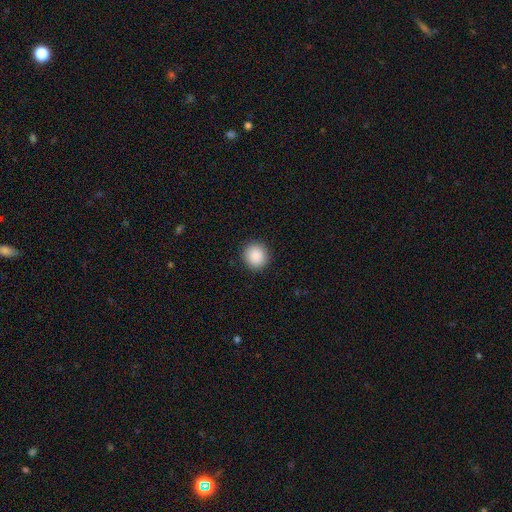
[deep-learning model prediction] Smooth or featured?
  - smooth: 89% *
  - star or artifact: 8%
  - featured or disk: 3%
How rounded?
  - round: 93% *
  - in between: 6%
  - cigar-shaped: 1%
Merging?
  - none: 92% *
  - minor disturbance: 5%
  - major disturbance: 2%
  - merger: 1%